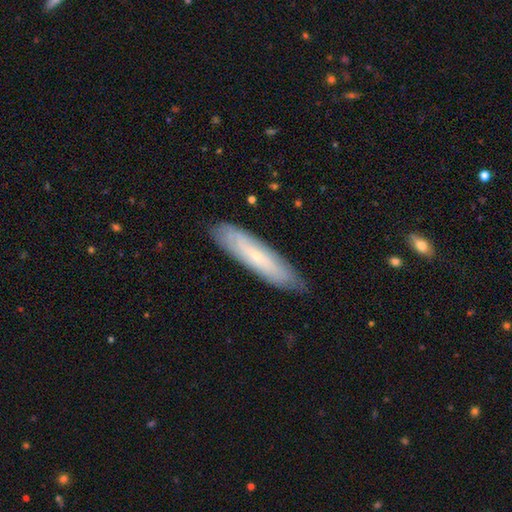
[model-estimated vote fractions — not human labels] A featured or disk galaxy (53%). Merging: none (84%).